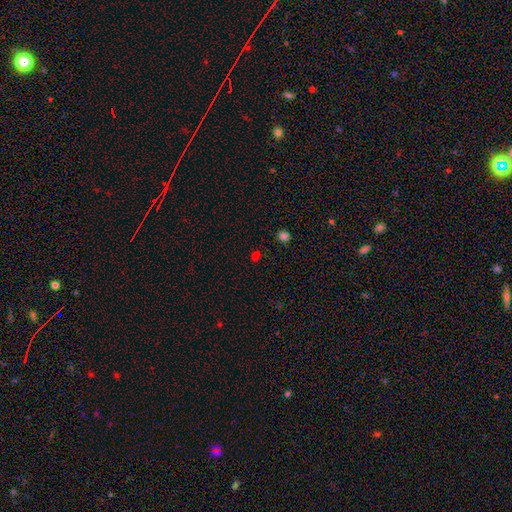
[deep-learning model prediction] Smooth or featured? smooth (63%)
How rounded? round (63%)
Merging? none (83%)